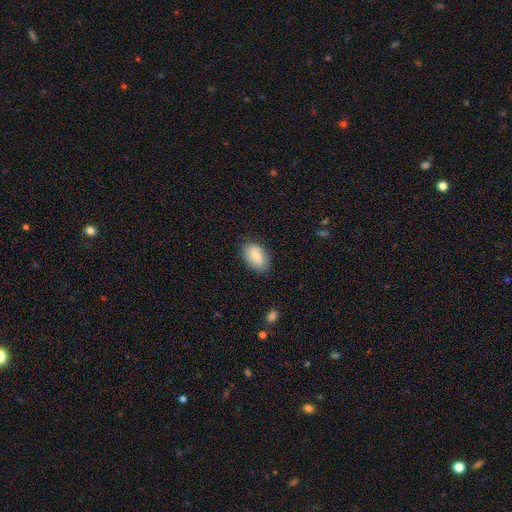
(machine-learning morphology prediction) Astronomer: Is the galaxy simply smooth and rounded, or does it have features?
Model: smooth — 79%.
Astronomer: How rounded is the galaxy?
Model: in between — 90%.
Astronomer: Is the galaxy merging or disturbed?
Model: none — 80%.